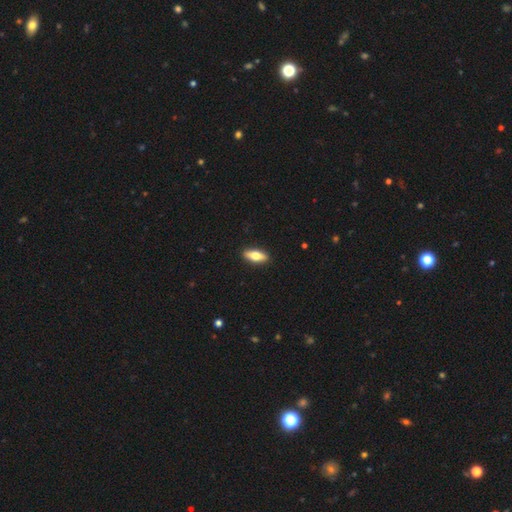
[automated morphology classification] smooth_or_featured: smooth (p=0.63) [alt: featured or disk p=0.31]
how_rounded: in between (p=0.66) [alt: cigar-shaped p=0.31]
merging: none (p=0.91) [alt: minor disturbance p=0.07]